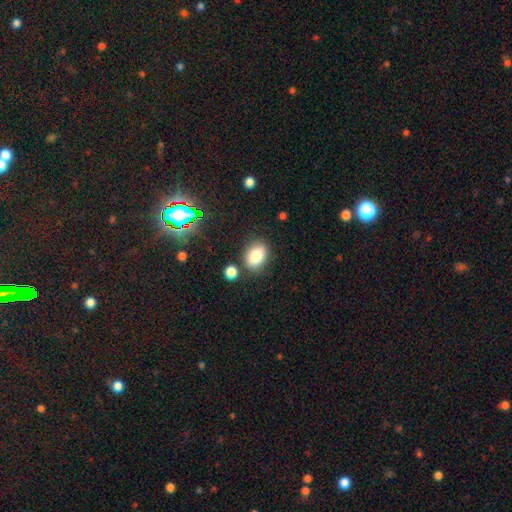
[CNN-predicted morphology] type=smooth (81%); roundness=in between (67%); merging=none (79%).